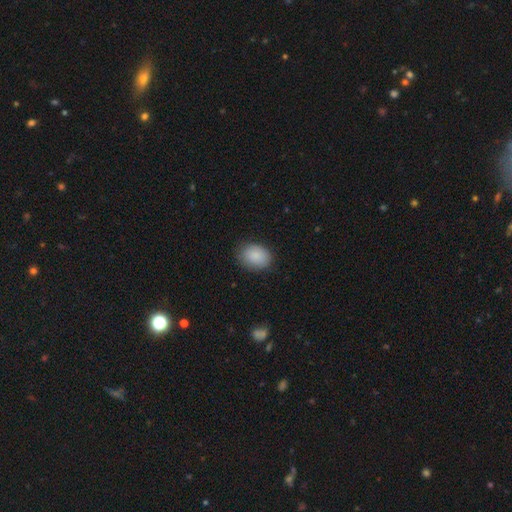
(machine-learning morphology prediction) Smooth or featured?
  - smooth: 89% *
  - star or artifact: 6%
  - featured or disk: 5%
How rounded?
  - in between: 72% *
  - round: 27%
  - cigar-shaped: 1%
Merging?
  - none: 83% *
  - minor disturbance: 13%
  - major disturbance: 3%
  - merger: 1%